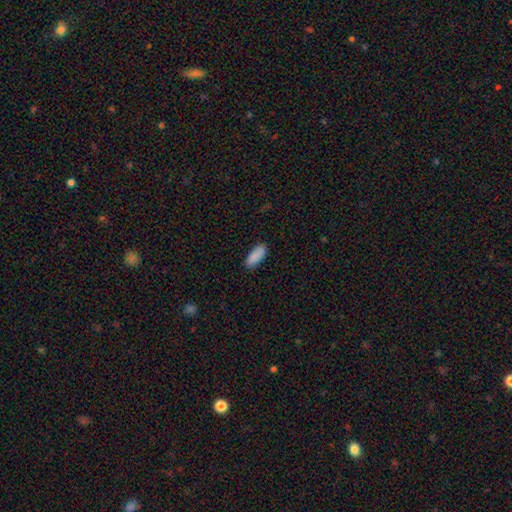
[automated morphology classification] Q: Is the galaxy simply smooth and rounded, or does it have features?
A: smooth — 90%.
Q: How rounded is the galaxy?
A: in between — 78%.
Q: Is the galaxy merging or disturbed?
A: none — 86%.